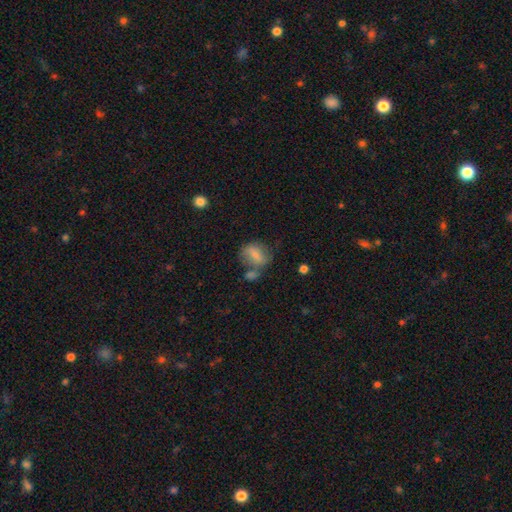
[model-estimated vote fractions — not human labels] smooth 68%, featured or disk 22%, star or artifact 10%. Down the decision tree: how rounded — in between (61%); merging — none (44%).